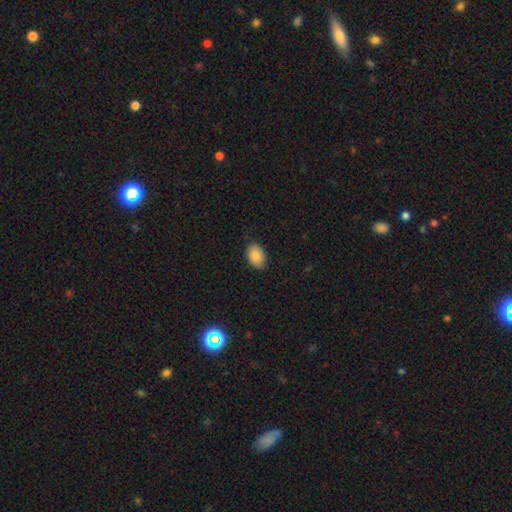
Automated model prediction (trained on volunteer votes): Smooth or featured?
  - smooth: 86% *
  - star or artifact: 7%
  - featured or disk: 7%
How rounded?
  - in between: 84% *
  - round: 15%
  - cigar-shaped: 1%
Merging?
  - none: 85% *
  - minor disturbance: 12%
  - major disturbance: 2%
  - merger: 1%